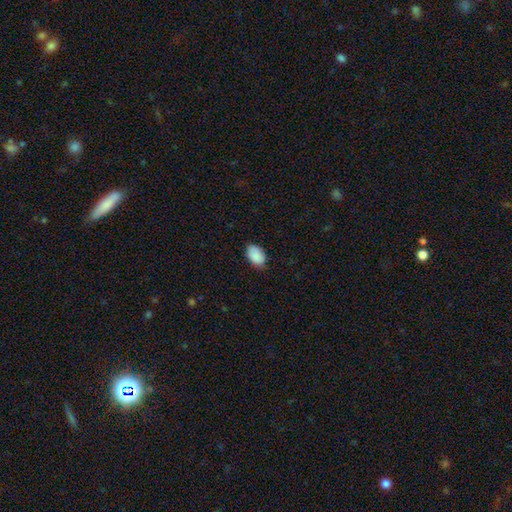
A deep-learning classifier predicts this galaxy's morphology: Smooth or featured?
  - smooth: 90% *
  - star or artifact: 7%
  - featured or disk: 4%
How rounded?
  - in between: 91% *
  - round: 7%
  - cigar-shaped: 1%
Merging?
  - none: 79% *
  - minor disturbance: 17%
  - major disturbance: 3%
  - merger: 1%